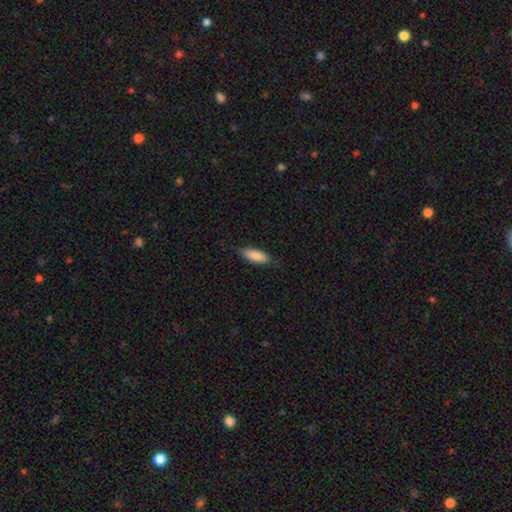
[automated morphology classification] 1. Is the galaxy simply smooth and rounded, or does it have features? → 87% smooth, 7% featured or disk, 6% star or artifact.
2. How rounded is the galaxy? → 67% in between, 31% cigar-shaped, 2% round.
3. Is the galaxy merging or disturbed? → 80% none, 16% minor disturbance, 3% major disturbance, 1% merger.